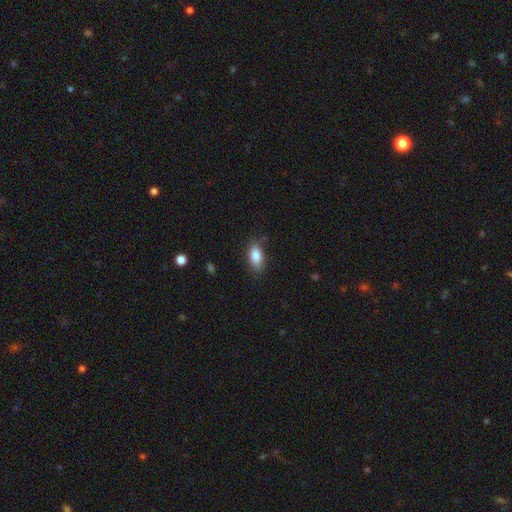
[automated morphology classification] Smooth or featured? smooth (85%)
How rounded? in between (87%)
Merging? none (81%)